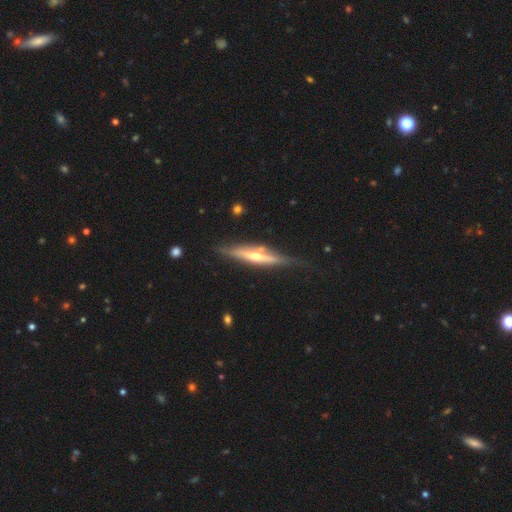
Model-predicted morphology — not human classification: This appears to be a featured or disk galaxy (76%) viewed edge-on (95%) with a rounded central bulge (79%). Merging: none (76%).